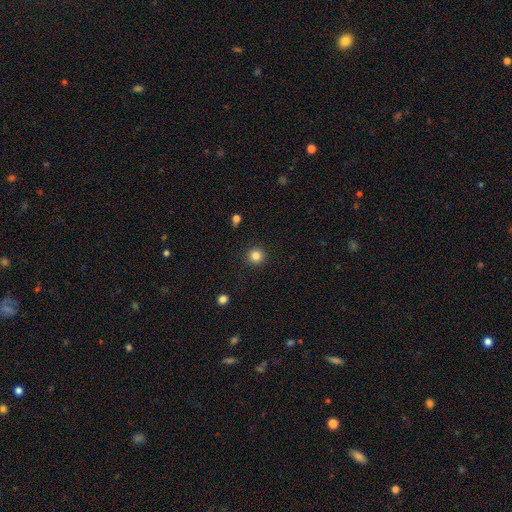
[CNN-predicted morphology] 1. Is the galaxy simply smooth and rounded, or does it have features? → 84% smooth, 11% star or artifact, 5% featured or disk.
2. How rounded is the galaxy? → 94% round, 5% in between, 1% cigar-shaped.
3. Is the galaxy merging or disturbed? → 92% none, 5% minor disturbance, 2% major disturbance, 1% merger.